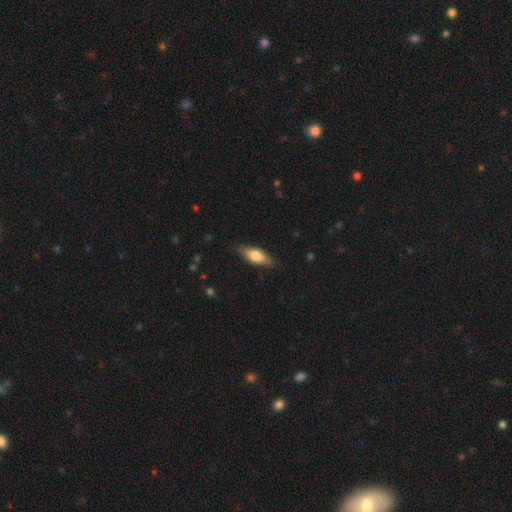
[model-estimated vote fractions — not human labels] Morphology: type=smooth (71%); roundness=in between (63%); merging=none (84%).